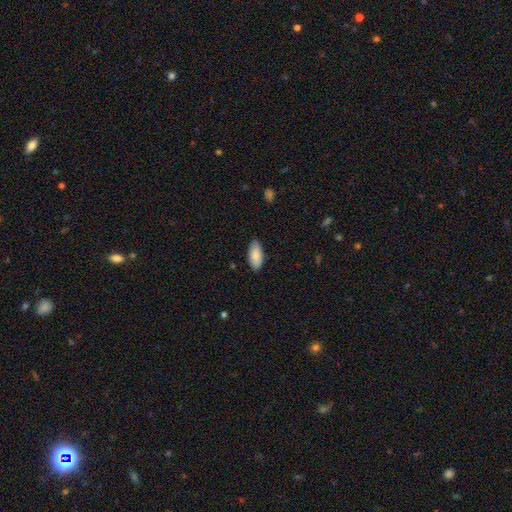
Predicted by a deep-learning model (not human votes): Overall: smooth (83%). How rounded: in between (90%). Merging: none (83%).